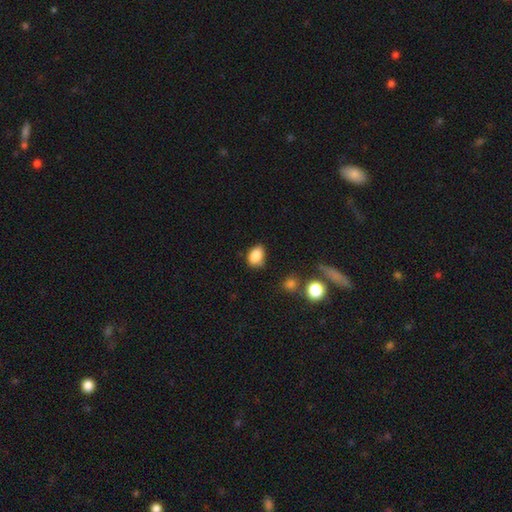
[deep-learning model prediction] Morphology: type=smooth (86%); roundness=in between (81%); merging=none (68%).